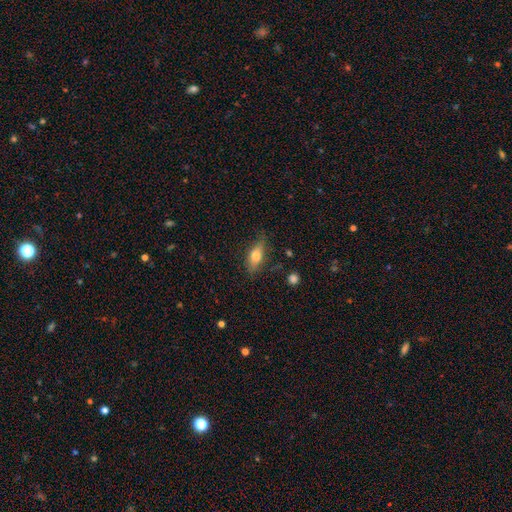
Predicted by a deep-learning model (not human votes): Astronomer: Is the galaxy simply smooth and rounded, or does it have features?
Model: smooth — 66%.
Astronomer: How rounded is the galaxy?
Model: in between — 69%.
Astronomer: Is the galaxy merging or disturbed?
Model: none — 75%.